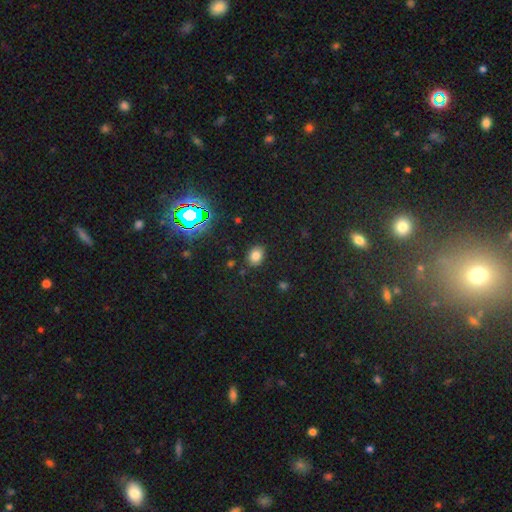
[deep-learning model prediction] The model was most divided on "how rounded": in between: 63%, round: 36%, cigar-shaped: 1%. More confident: merging — none (85%); smooth or featured — smooth (76%).